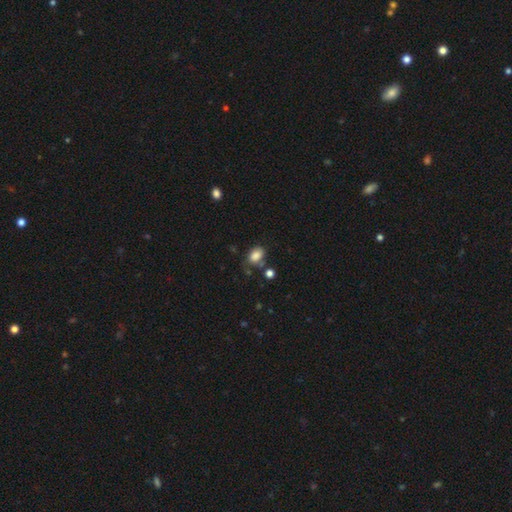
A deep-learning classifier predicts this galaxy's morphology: Smooth or featured: smooth — 83% (star or artifact — 10%)
How rounded: in between — 77% (round — 22%)
Merging: none — 61% (minor disturbance — 22%)